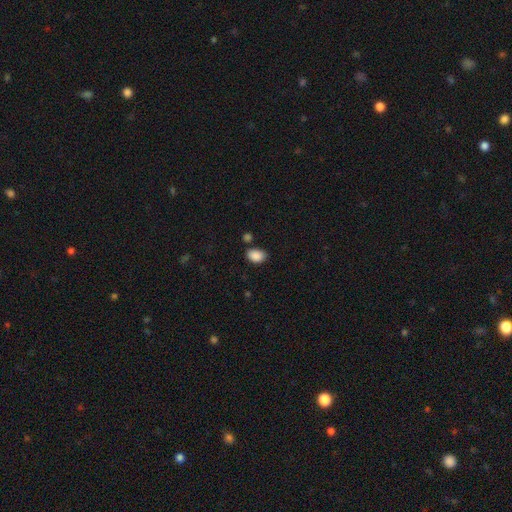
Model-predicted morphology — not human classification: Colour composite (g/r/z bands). It shows a smooth galaxy with no disk features (88%) that is in between round and cigar-shaped (84%). Merging: none (73%).